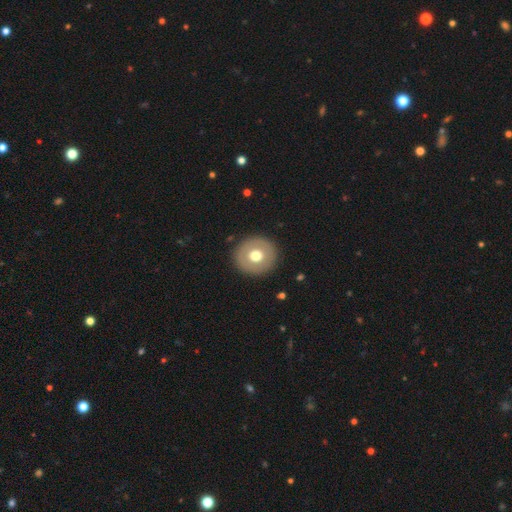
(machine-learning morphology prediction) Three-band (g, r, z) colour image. It shows a smooth galaxy with no disk features (63%) that is round (93%). Merging: none (91%).